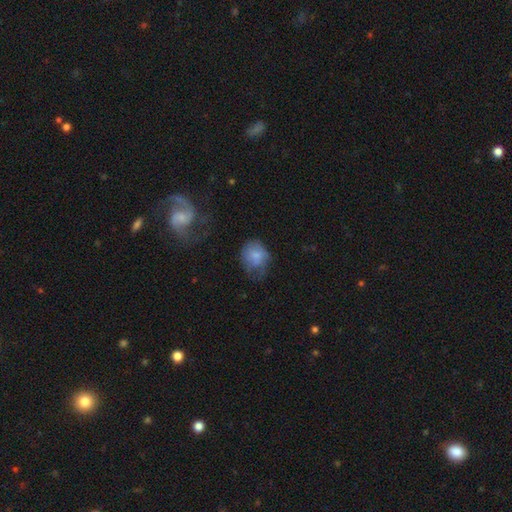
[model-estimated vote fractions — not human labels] Overall: smooth (70%). How rounded: round (61%; in between 38%). Merging: none (37%; minor disturbance 32%).